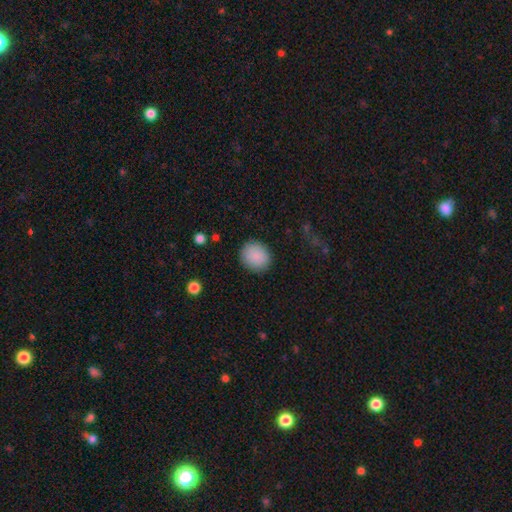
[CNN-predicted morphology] A smooth galaxy with no disk features (89%) that is round (81%). Merging: none (89%).